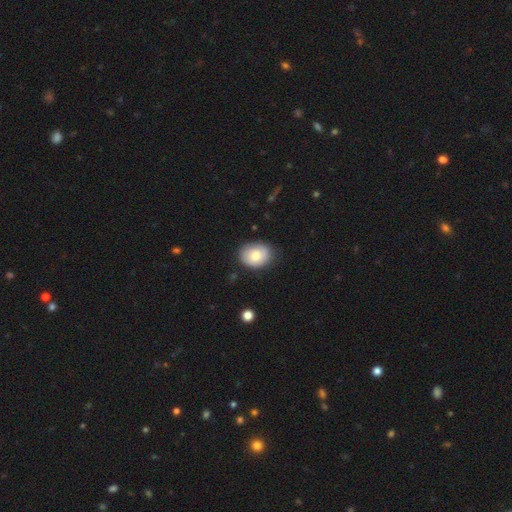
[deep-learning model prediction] Smooth or featured: smooth — 78% (featured or disk — 15%)
How rounded: in between — 64% (round — 35%)
Merging: none — 79% (minor disturbance — 16%)